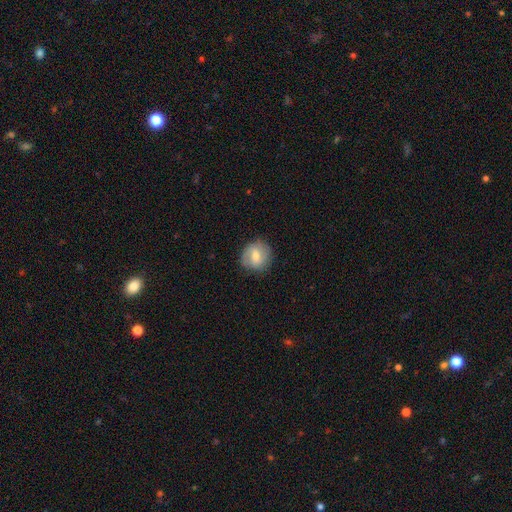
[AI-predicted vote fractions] Smooth or featured?
  - smooth: 53% *
  - featured or disk: 39%
  - star or artifact: 8%
How rounded?
  - round: 82% *
  - in between: 17%
  - cigar-shaped: 1%
Merging?
  - none: 81% *
  - minor disturbance: 14%
  - major disturbance: 4%
  - merger: 1%